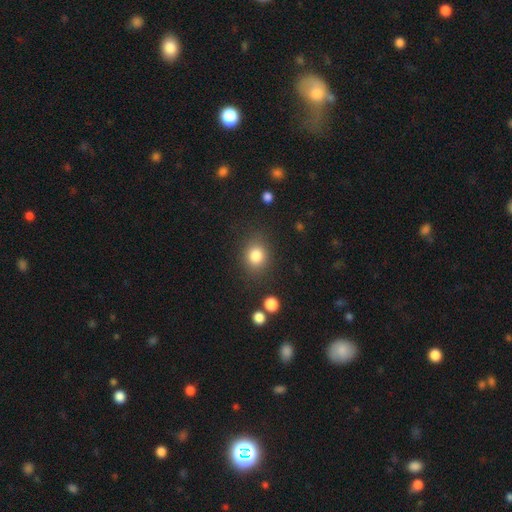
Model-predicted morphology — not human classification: Smooth or featured?
  - smooth: 83% *
  - star or artifact: 11%
  - featured or disk: 6%
How rounded?
  - round: 63% *
  - in between: 36%
  - cigar-shaped: 1%
Merging?
  - none: 81% *
  - minor disturbance: 12%
  - major disturbance: 4%
  - merger: 3%